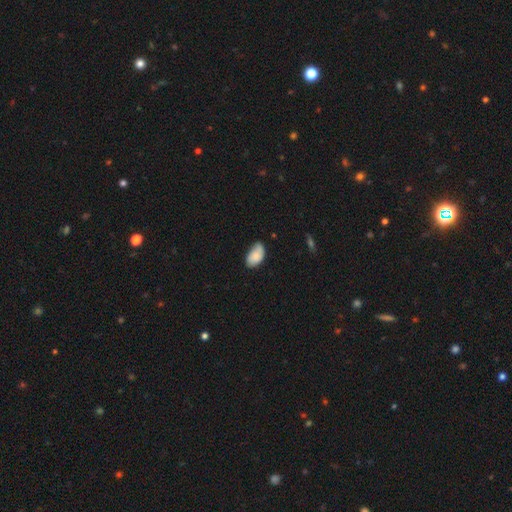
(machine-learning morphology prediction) smooth-or-featured: smooth: 79% | featured or disk: 14% | star or artifact: 7%
  how-rounded: in between: 93% | round: 5% | cigar-shaped: 1%
  merging: none: 56% | minor disturbance: 36% | major disturbance: 6% | merger: 2%